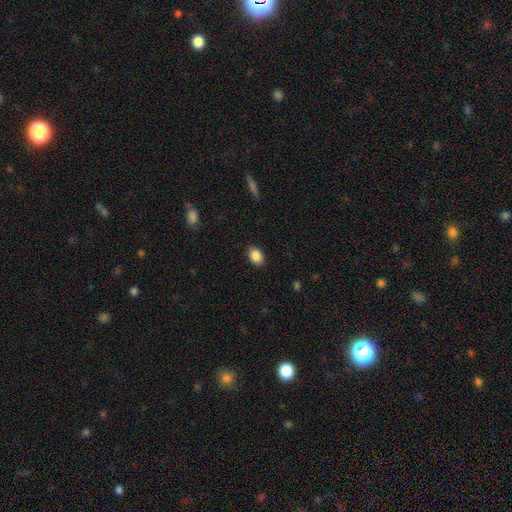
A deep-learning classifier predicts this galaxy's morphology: Smooth or featured: smooth — 88% (star or artifact — 8%)
How rounded: in between — 84% (round — 15%)
Merging: none — 88% (minor disturbance — 9%)